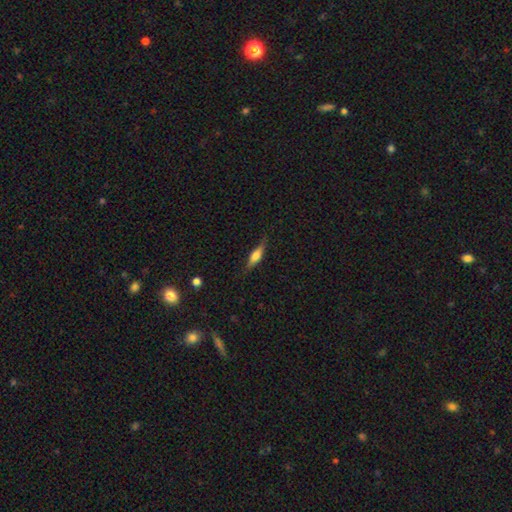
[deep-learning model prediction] Smooth or featured?
  - smooth: 48% *
  - featured or disk: 45%
  - star or artifact: 7%
Merging?
  - none: 80% *
  - minor disturbance: 15%
  - major disturbance: 4%
  - merger: 1%